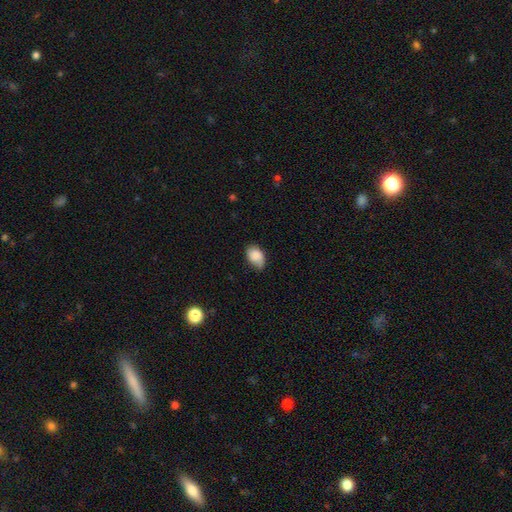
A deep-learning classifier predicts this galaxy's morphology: type=smooth (84%); roundness=in between (83%); merging=none (54%).